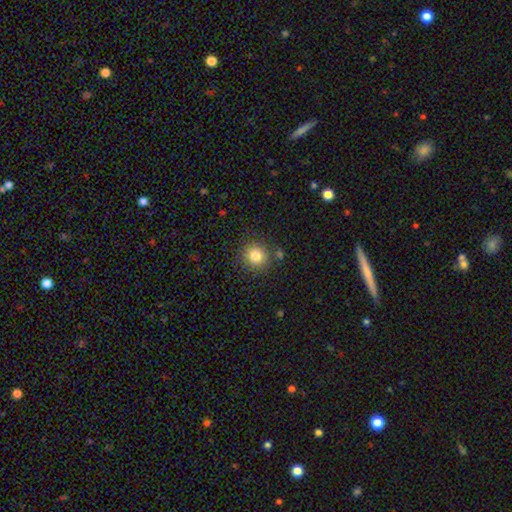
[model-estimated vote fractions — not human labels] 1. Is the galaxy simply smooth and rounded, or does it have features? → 82% smooth, 11% star or artifact, 7% featured or disk.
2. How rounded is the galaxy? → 91% round, 8% in between, 1% cigar-shaped.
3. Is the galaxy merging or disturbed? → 83% none, 9% minor disturbance, 5% merger, 3% major disturbance.